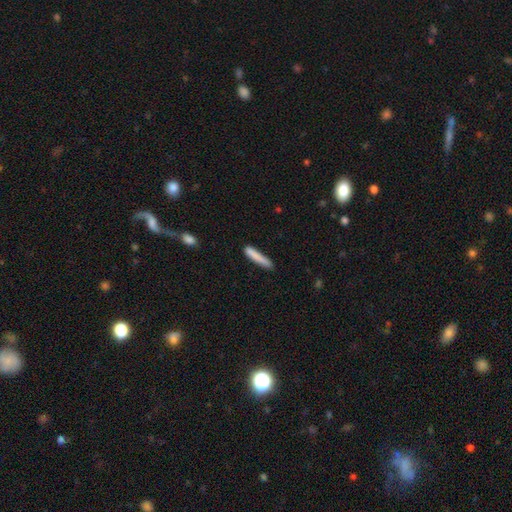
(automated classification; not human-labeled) This appears to be a smooth galaxy with no disk features (84%) that is cigar-shaped (92%). Merging: none (80%).